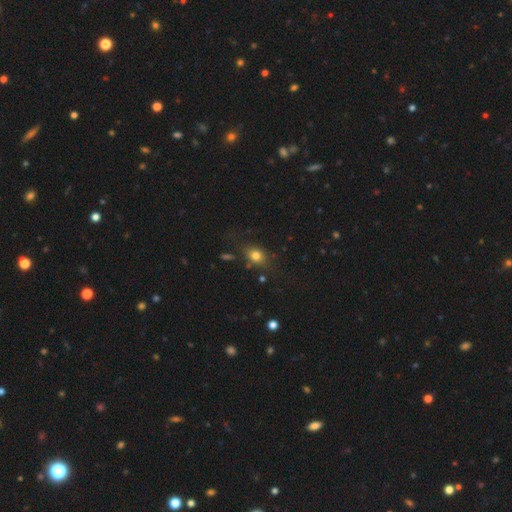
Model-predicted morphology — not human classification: Overall: smooth (77%). How rounded: in between (54%; round 44%). Merging: none (72%).